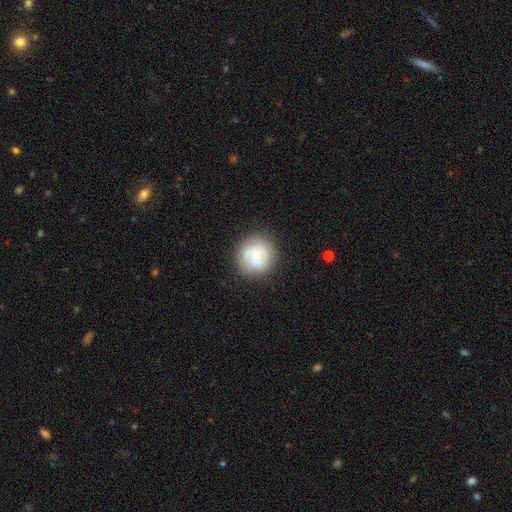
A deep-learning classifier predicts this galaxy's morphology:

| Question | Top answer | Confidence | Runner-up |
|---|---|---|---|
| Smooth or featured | smooth | 58% | featured or disk (35%) |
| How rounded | round | 93% | in between (6%) |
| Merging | none | 81% | minor disturbance (12%) |